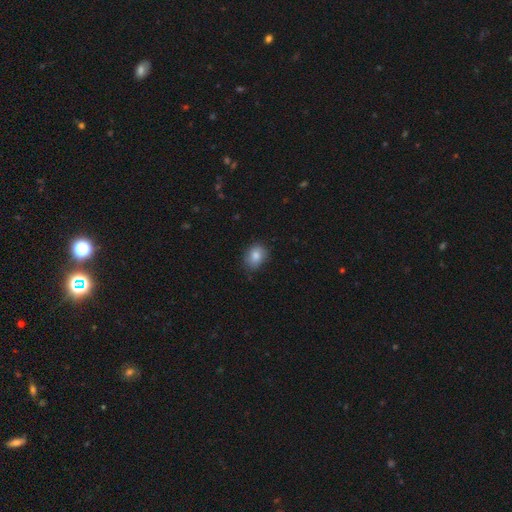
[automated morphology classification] A smooth galaxy with no disk features (83%) that is in between round and cigar-shaped (53%).

Vote fractions:
- Smooth or featured? smooth: 83% / featured or disk: 9% / star or artifact: 8%
- How rounded? in between: 53% / round: 46% / cigar-shaped: 1%
- Merging? none: 76% / minor disturbance: 19% / major disturbance: 4% / merger: 1%